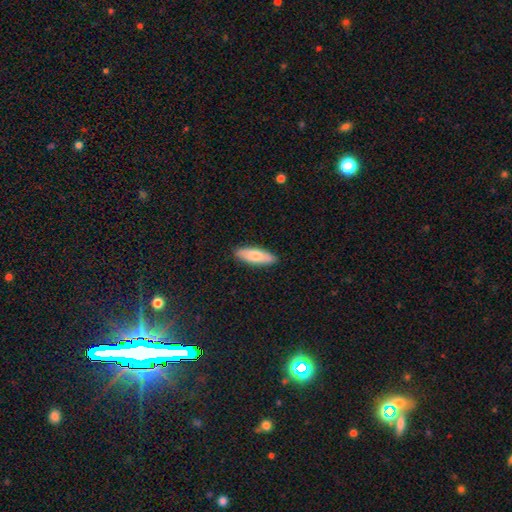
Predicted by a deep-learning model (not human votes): This appears to be a smooth galaxy with no disk features (73%) that is in between round and cigar-shaped (56%). Merging: none (90%).